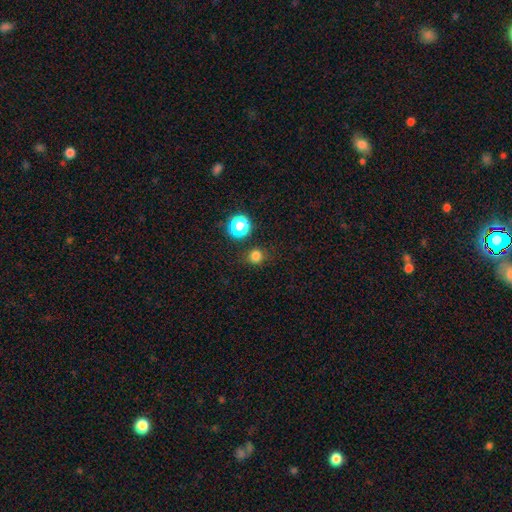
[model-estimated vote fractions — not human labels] This is likely a smooth galaxy (78%). How rounded: clearly round (87%). Merging: clearly none (83%).